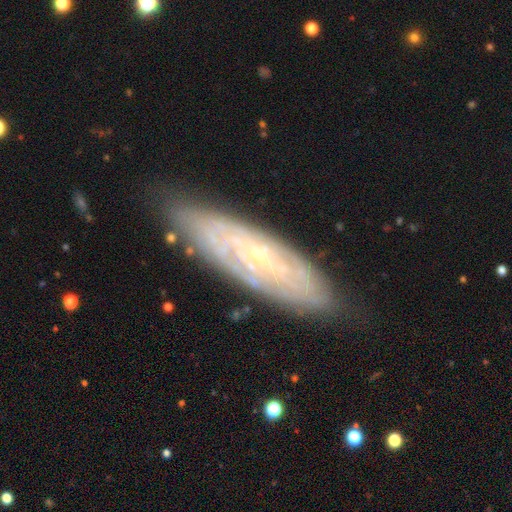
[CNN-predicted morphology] Smooth or featured?
  - featured or disk: 74% *
  - smooth: 19%
  - star or artifact: 7%
Edge-on disk?
  - no: 74% *
  - yes: 26%
Bar?
  - no: 70% *
  - weak: 24%
  - strong: 7%
Spiral arms?
  - yes: 83% *
  - no: 17%
Bulge size?
  - small: 84% *
  - moderate: 11%
  - none: 4%
  - large: 1%
  - dominant: 1%
Merging?
  - none: 80% *
  - minor disturbance: 15%
  - major disturbance: 3%
  - merger: 2%